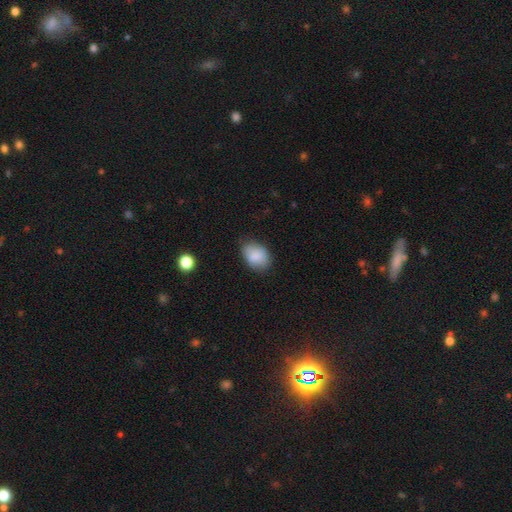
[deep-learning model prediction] Smooth or featured? Predicted: smooth (p=0.85). How rounded? Predicted: in between (p=0.79). Merging? Predicted: none (p=0.71).